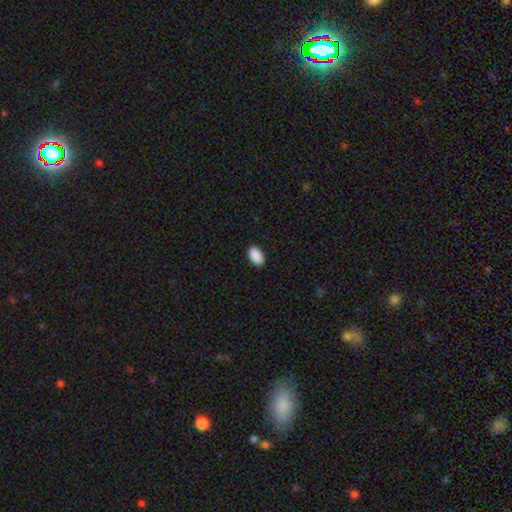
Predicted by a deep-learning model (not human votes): This is clearly a smooth galaxy (91%). How rounded: clearly in between (94%). Merging: clearly none (90%).